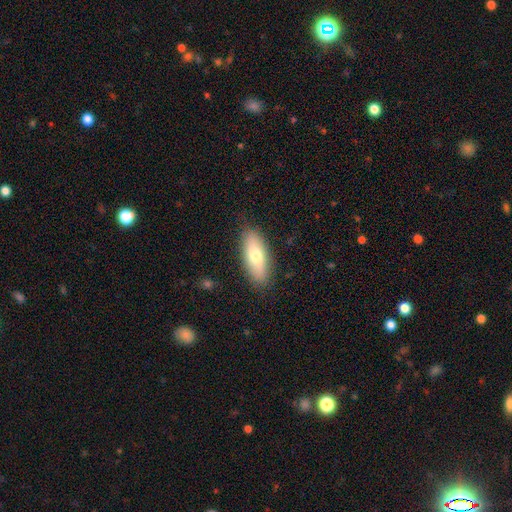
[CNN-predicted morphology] Smooth or featured: smooth — 69% (featured or disk — 25%)
How rounded: in between — 71% (cigar-shaped — 26%)
Merging: none — 87% (minor disturbance — 10%)